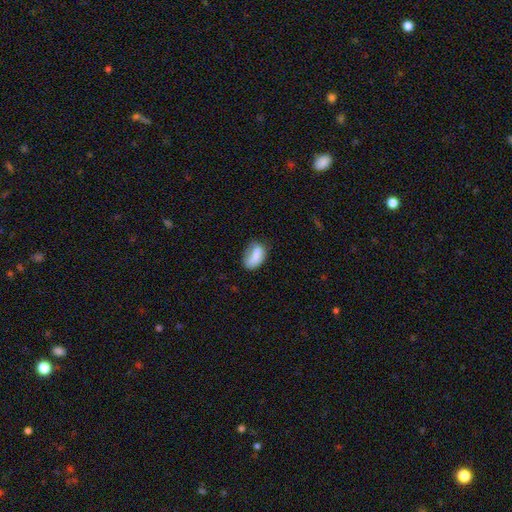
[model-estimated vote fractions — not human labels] smooth_or_featured: smooth (p=0.74) [alt: featured or disk p=0.17]
how_rounded: in between (p=0.86) [alt: round p=0.10]
merging: none (p=0.44) [alt: minor disturbance p=0.29]